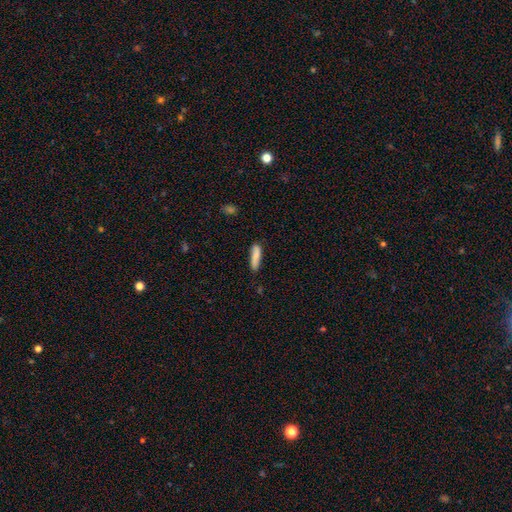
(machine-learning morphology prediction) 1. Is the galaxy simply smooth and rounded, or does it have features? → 82% smooth, 12% featured or disk, 6% star or artifact.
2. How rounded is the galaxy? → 72% cigar-shaped, 26% in between, 2% round.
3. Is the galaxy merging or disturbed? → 75% none, 19% minor disturbance, 3% major disturbance, 3% merger.